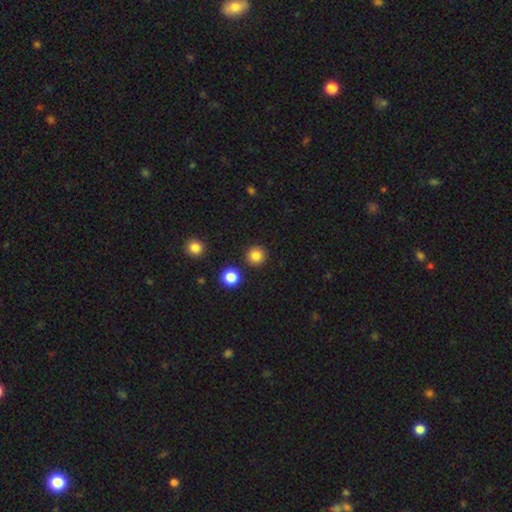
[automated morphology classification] Q: Smooth or featured?
A: smooth (84%); runner-up: star or artifact (12%)
Q: How rounded?
A: round (95%); runner-up: in between (5%)
Q: Merging?
A: none (89%); runner-up: minor disturbance (6%)